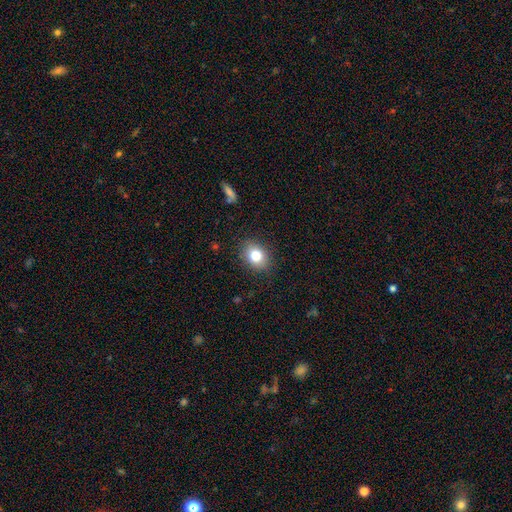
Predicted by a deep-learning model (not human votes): A smooth galaxy with no disk features (81%) that is in between round and cigar-shaped (60%). Merging: none (87%).